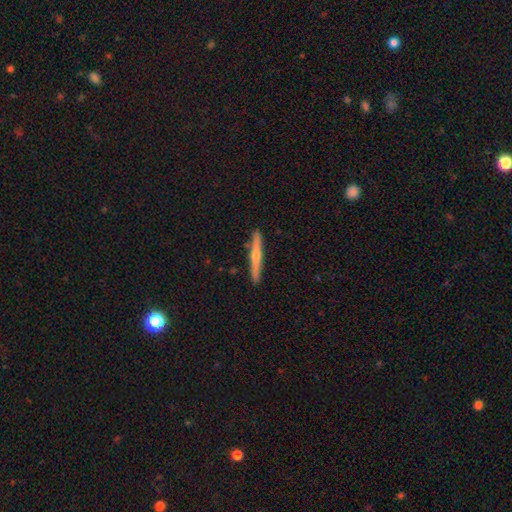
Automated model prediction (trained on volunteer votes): Smooth or featured? Predicted: featured or disk (p=0.65). Edge-on disk? Predicted: yes (p=0.97). Edge-on bulge? Predicted: rounded (p=0.84). Merging? Predicted: none (p=0.91).